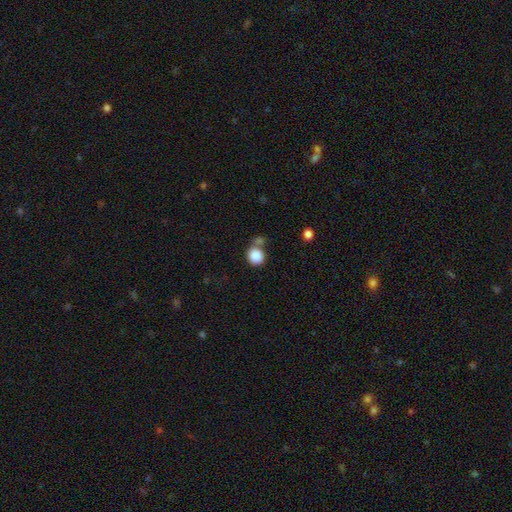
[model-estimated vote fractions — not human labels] A smooth galaxy with no disk features (86%) that is round (87%). Merging: none (59%).